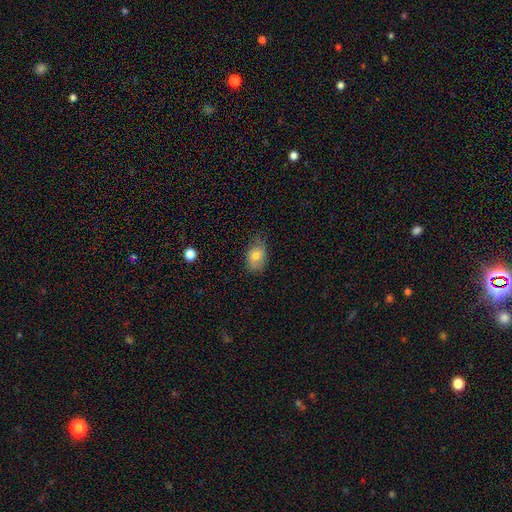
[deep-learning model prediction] smooth-or-featured: smooth: 77% | featured or disk: 14% | star or artifact: 8%
  how-rounded: in between: 83% | round: 16% | cigar-shaped: 1%
  merging: none: 64% | minor disturbance: 29% | major disturbance: 6% | merger: 1%